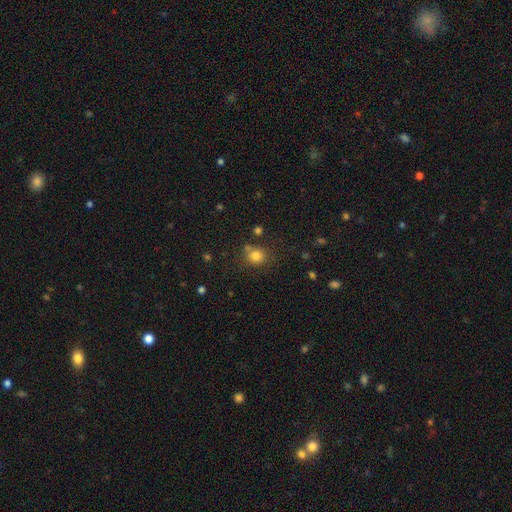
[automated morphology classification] Overall: smooth (81%). How rounded: round (82%). Merging: none (71%).